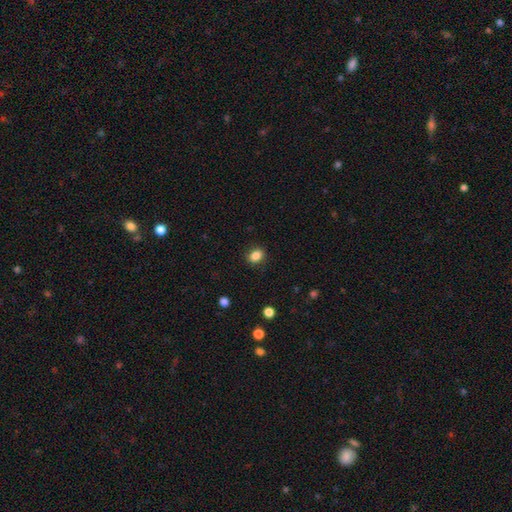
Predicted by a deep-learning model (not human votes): A smooth galaxy with no disk features (85%) that is in between round and cigar-shaped (54%). Merging: none (87%).